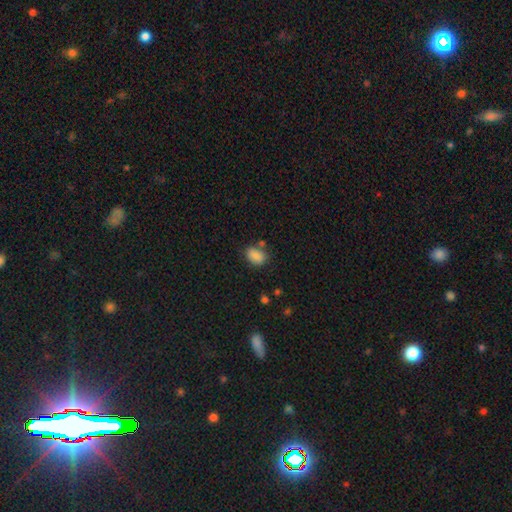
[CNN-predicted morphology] This appears to be a smooth galaxy with no disk features (86%) that is in between round and cigar-shaped (79%). Merging: none (68%).